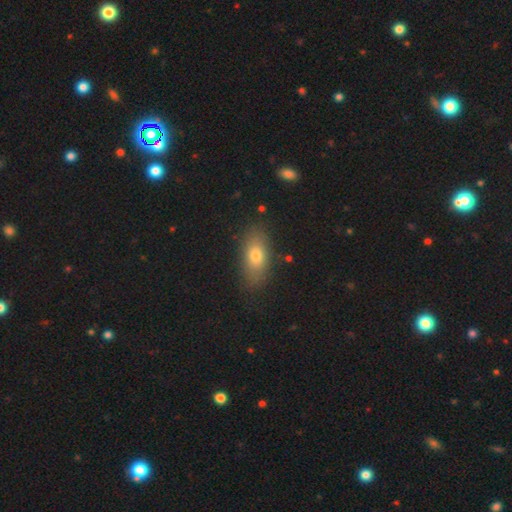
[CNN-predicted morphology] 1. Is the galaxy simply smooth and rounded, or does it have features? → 75% smooth, 16% featured or disk, 9% star or artifact.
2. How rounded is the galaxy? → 83% in between, 9% cigar-shaped, 8% round.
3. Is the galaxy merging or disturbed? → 83% none, 12% minor disturbance, 4% major disturbance, 2% merger.